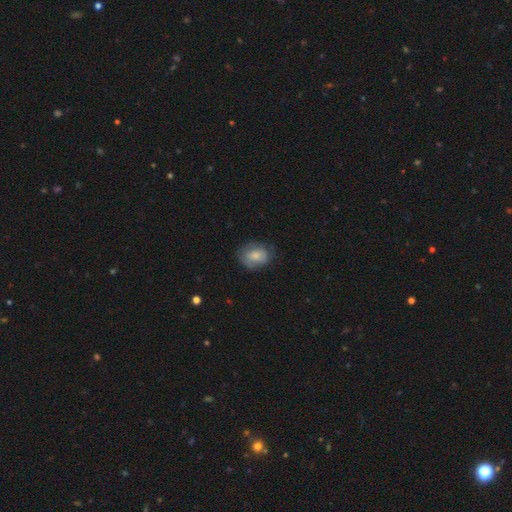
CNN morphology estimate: smooth 73%, featured or disk 20%, star or artifact 7%. Down the decision tree: how rounded — in between (56%); merging — none (66%).